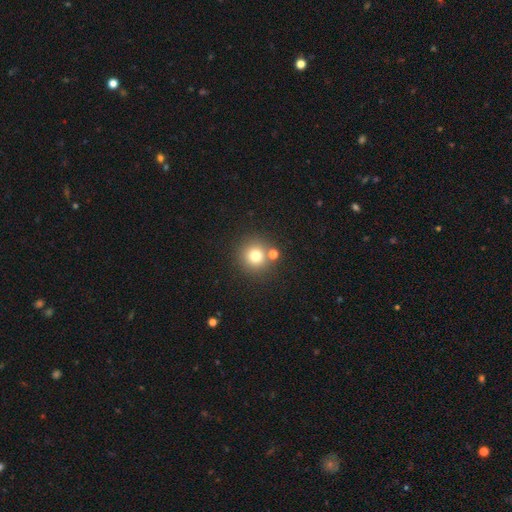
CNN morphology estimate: smooth 75%, star or artifact 15%, featured or disk 10%. Down the decision tree: how rounded — round (94%); merging — none (77%).